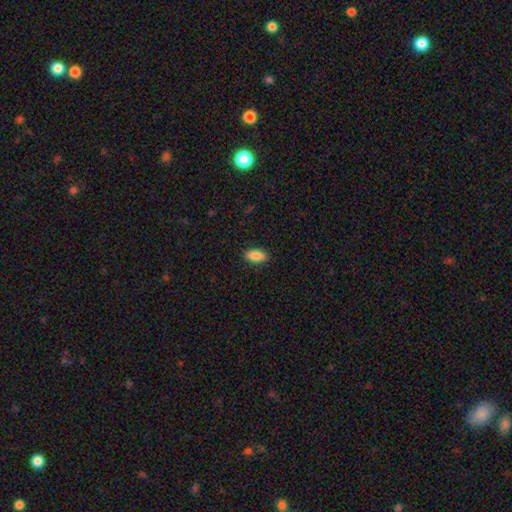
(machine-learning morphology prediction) The model was most divided on "smooth or featured": smooth: 87%, star or artifact: 7%, featured or disk: 6%. More confident: how rounded — in between (91%); merging — none (89%).